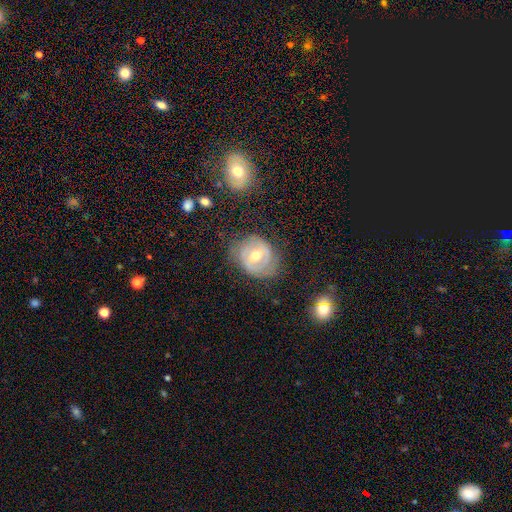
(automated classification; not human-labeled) Smooth or featured: featured or disk — 66% (smooth — 28%)
Edge-on disk: no — 96% (yes — 4%)
Bar: weak — 45% (no — 36%)
Spiral arms: yes — 66% (no — 34%)
Bulge size: moderate — 72% (small — 21%)
Merging: none — 64% (minor disturbance — 23%)